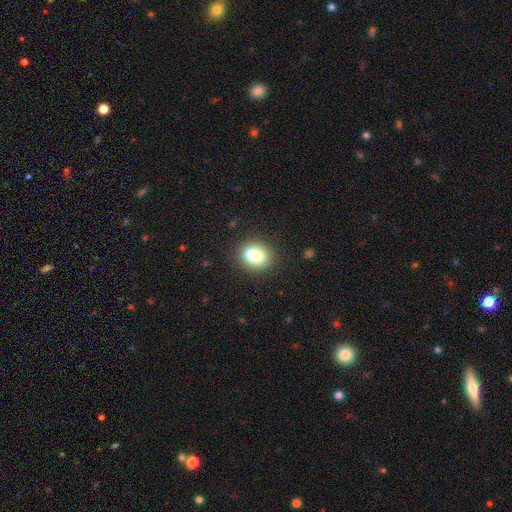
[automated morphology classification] smooth 73%, featured or disk 17%, star or artifact 10%. Down the decision tree: how rounded — round (65%); merging — none (57%).